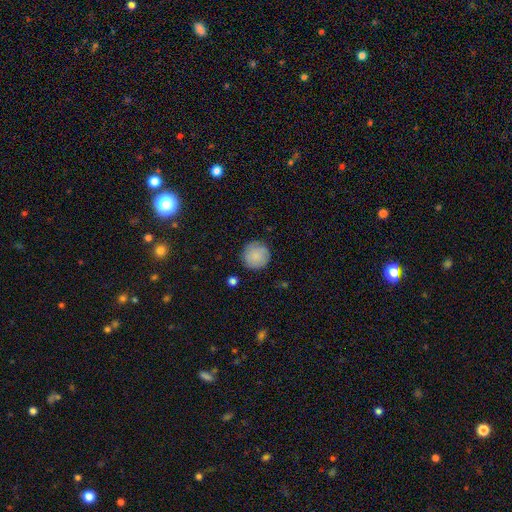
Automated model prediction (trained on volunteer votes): smooth_or_featured: smooth (p=0.84) [alt: featured or disk p=0.09]
how_rounded: round (p=0.95) [alt: in between p=0.04]
merging: none (p=0.86) [alt: minor disturbance p=0.10]